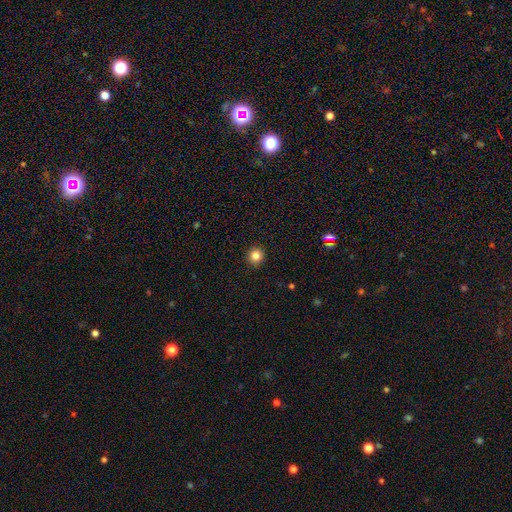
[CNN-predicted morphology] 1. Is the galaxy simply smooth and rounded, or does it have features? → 84% smooth, 11% star or artifact, 5% featured or disk.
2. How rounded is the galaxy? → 92% round, 7% in between, 1% cigar-shaped.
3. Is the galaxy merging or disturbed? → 92% none, 5% minor disturbance, 2% major disturbance, 1% merger.